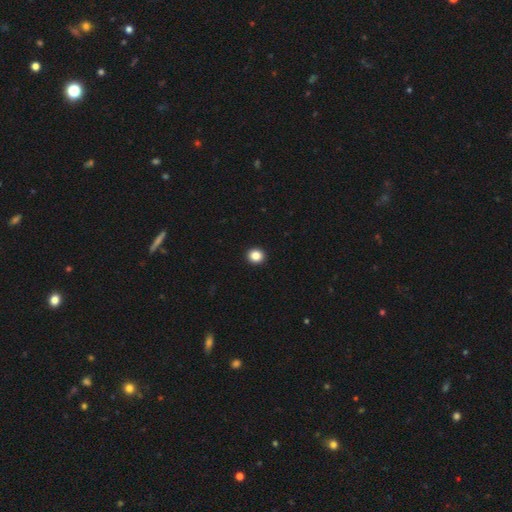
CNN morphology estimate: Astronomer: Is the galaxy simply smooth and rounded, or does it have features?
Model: smooth — 86%.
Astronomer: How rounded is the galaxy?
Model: round — 83%.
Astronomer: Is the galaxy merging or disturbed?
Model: none — 94%.